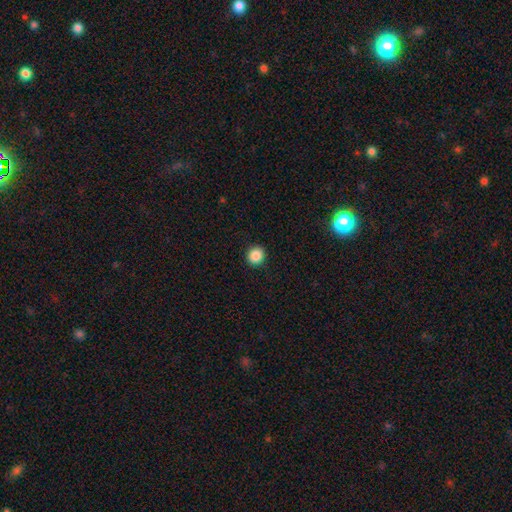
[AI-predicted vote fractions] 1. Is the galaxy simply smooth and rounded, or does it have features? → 87% smooth, 10% star or artifact, 3% featured or disk.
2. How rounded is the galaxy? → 91% round, 8% in between, 1% cigar-shaped.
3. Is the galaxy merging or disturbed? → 93% none, 5% minor disturbance, 2% major disturbance, 1% merger.